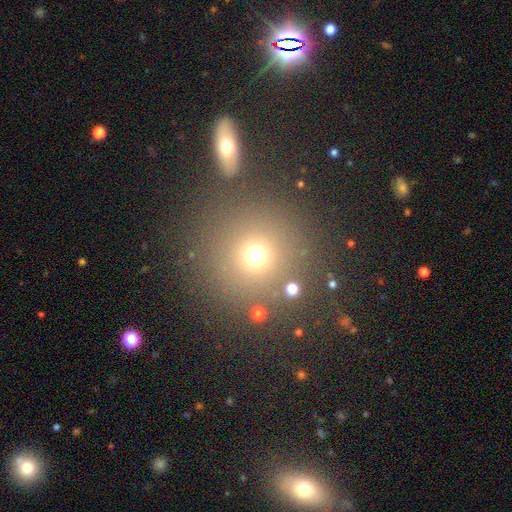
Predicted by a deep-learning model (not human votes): smooth-or-featured: smooth: 69% | star or artifact: 22% | featured or disk: 9%
  how-rounded: round: 93% | in between: 6% | cigar-shaped: 1%
  merging: none: 81% | minor disturbance: 8% | merger: 7% | major disturbance: 5%